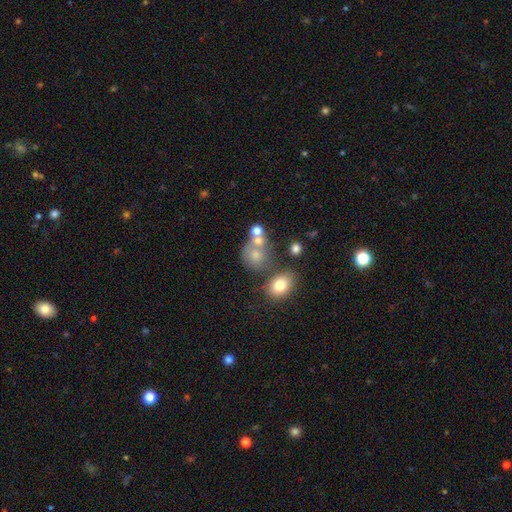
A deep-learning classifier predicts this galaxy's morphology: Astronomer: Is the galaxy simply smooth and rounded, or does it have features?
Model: smooth — 67%.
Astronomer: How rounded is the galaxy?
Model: round — 72%.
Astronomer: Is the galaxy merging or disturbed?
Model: none — 40% (runner-up: merger, 36%).